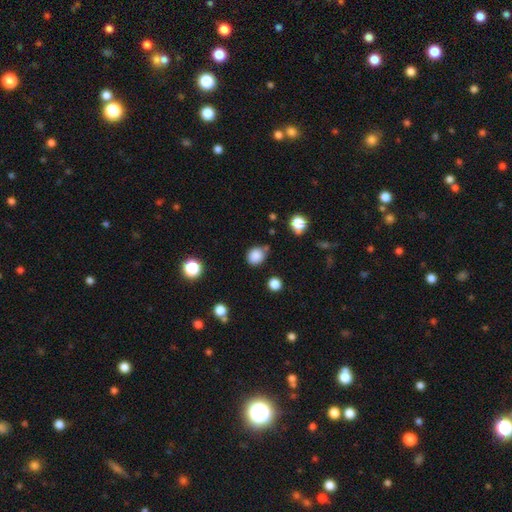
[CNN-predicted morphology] Smooth or featured? Predicted: smooth (p=0.85). How rounded? Predicted: round (p=0.72). Merging? Predicted: none (p=0.70).